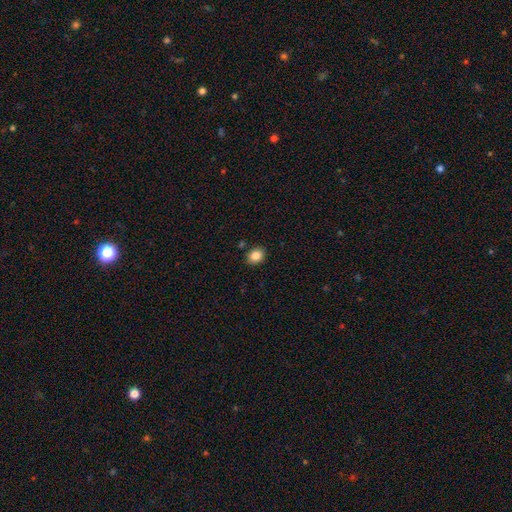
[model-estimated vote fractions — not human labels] Smooth or featured: smooth — 85% (star or artifact — 10%)
How rounded: in between — 52% (round — 47%)
Merging: none — 87% (minor disturbance — 9%)